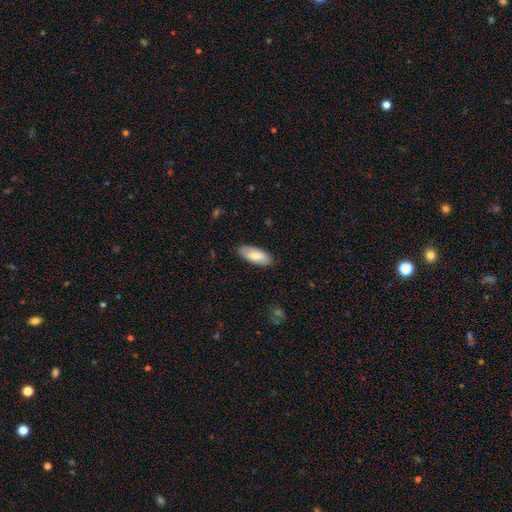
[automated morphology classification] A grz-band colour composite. It shows a smooth galaxy with no disk features (73%) that is in between round and cigar-shaped (82%). Merging: none (87%).